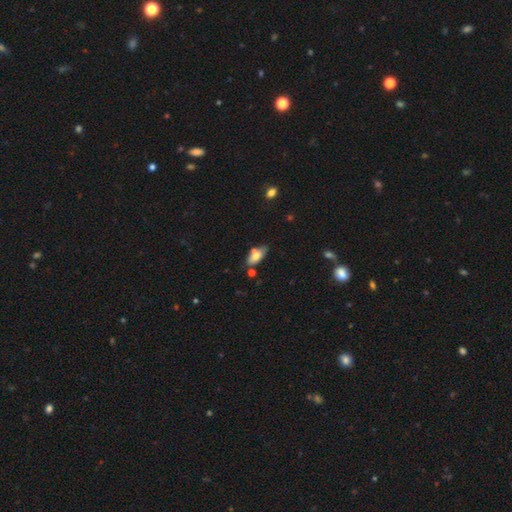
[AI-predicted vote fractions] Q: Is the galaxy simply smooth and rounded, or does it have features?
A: smooth — 69%.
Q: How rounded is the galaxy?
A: in between — 84%.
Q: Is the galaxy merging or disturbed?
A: none — 57%.